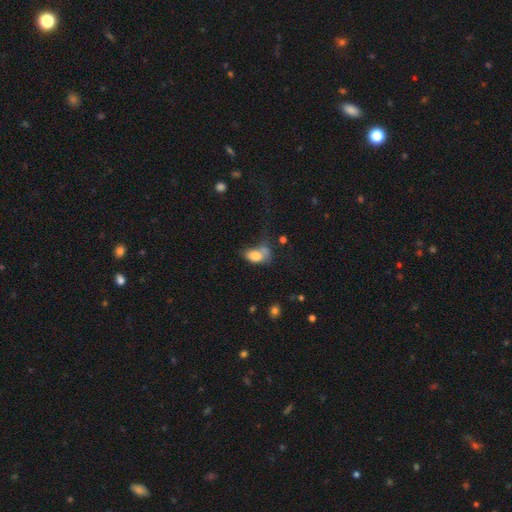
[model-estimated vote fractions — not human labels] smooth-or-featured: smooth: 76% | featured or disk: 15% | star or artifact: 9%
  how-rounded: in between: 87% | round: 11% | cigar-shaped: 2%
  merging: none: 29% | merger: 24% | minor disturbance: 24% | major disturbance: 22%